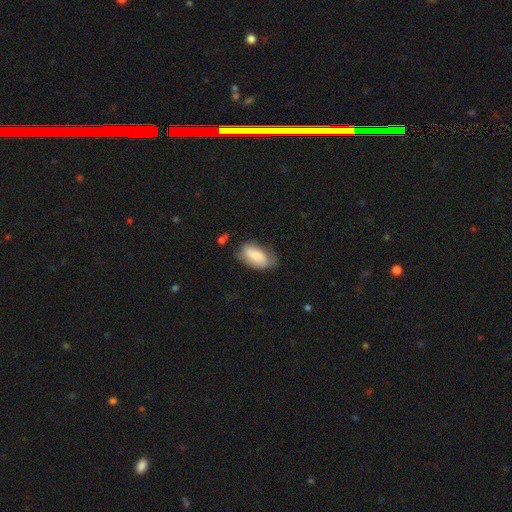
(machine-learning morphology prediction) Smooth or featured?
  - smooth: 80% *
  - featured or disk: 14%
  - star or artifact: 6%
How rounded?
  - in between: 93% *
  - cigar-shaped: 4%
  - round: 3%
Merging?
  - none: 57% *
  - minor disturbance: 31%
  - major disturbance: 9%
  - merger: 3%